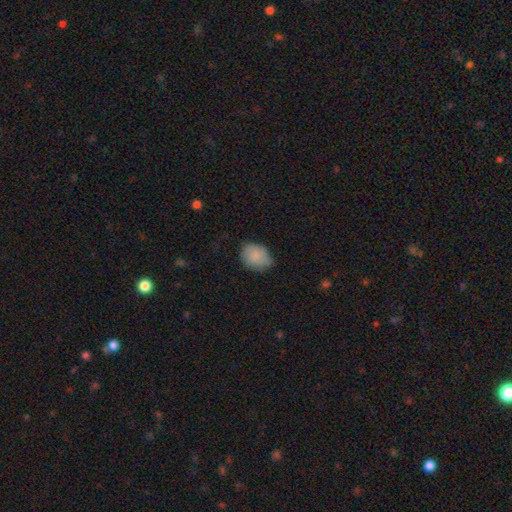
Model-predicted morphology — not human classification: Smooth or featured? Predicted: smooth (p=0.85). How rounded? Predicted: in between (p=0.58). Merging? Predicted: none (p=0.65).